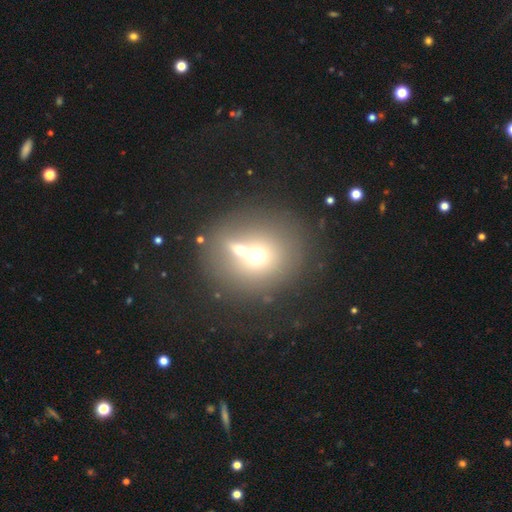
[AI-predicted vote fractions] A smooth galaxy with no disk features (59%) that is round (86%). Merging: merger (45%).